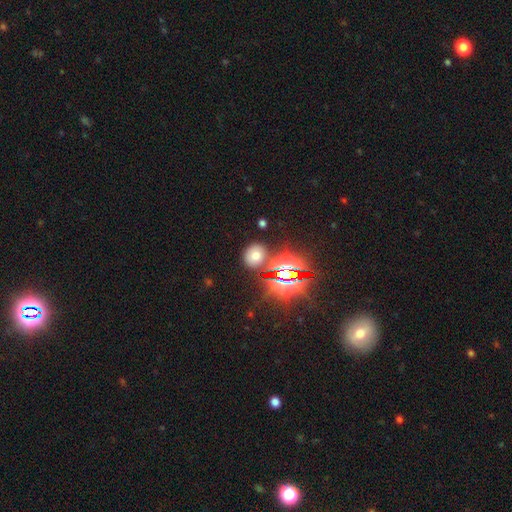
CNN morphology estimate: smooth 60%, star or artifact 29%, featured or disk 11%. Down the decision tree: how rounded — round (63%); merging — none (79%).